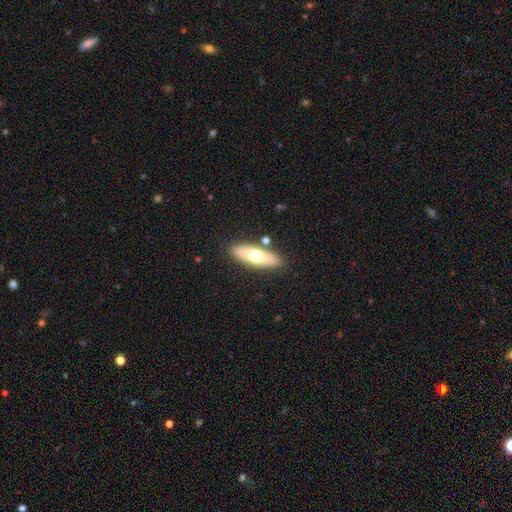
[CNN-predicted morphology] Overall: smooth (62%; featured or disk 32%). How rounded: in between (56%; cigar-shaped 41%). Merging: none (84%).